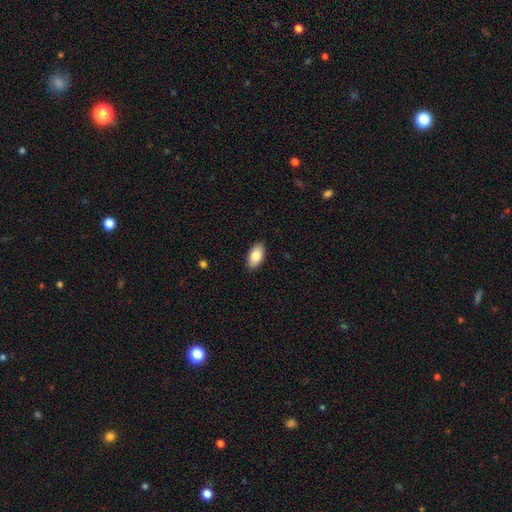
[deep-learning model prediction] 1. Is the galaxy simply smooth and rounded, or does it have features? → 83% smooth, 10% featured or disk, 6% star or artifact.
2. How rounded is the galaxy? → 95% in between, 3% round, 2% cigar-shaped.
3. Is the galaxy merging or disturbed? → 89% none, 8% minor disturbance, 2% major disturbance, 1% merger.